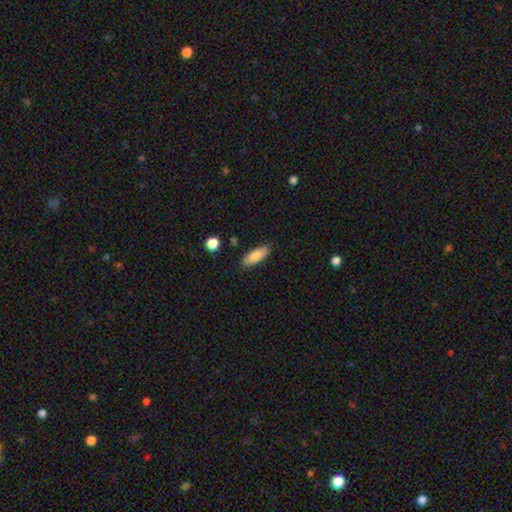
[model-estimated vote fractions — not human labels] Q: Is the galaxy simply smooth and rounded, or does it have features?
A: smooth — 82%.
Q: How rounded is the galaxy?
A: in between — 63%.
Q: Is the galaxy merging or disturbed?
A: none — 86%.